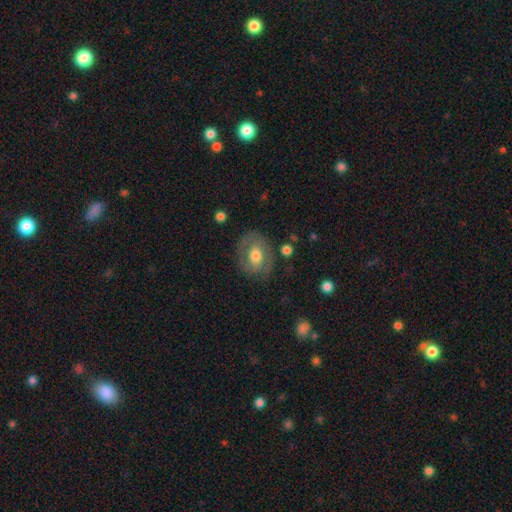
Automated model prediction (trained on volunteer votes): featured or disk 47%, smooth 46%, star or artifact 7%. Down the decision tree: merging — none (73%).